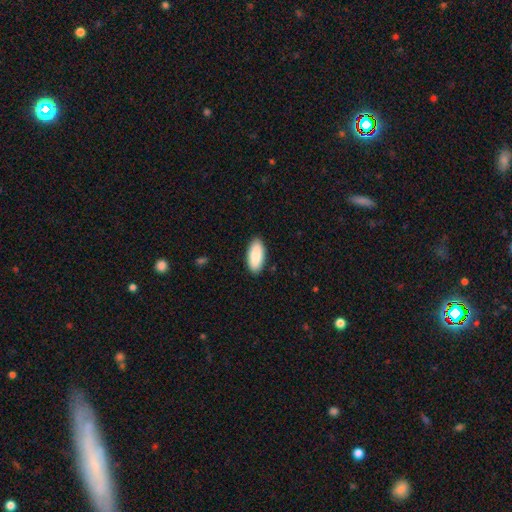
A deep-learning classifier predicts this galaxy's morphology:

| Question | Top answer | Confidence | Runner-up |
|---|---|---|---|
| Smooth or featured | smooth | 87% | featured or disk (7%) |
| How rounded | in between | 90% | cigar-shaped (8%) |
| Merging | none | 88% | minor disturbance (9%) |